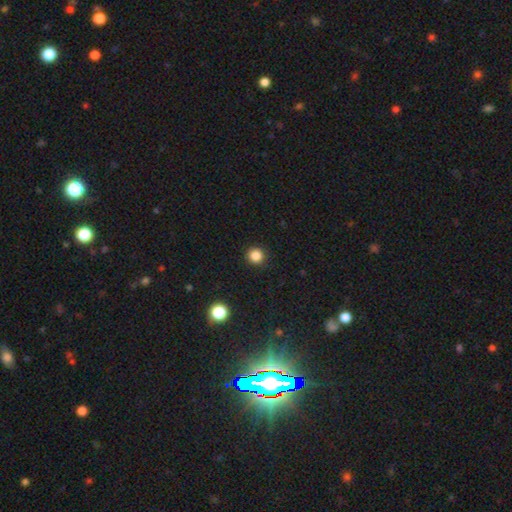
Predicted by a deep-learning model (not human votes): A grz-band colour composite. It shows a smooth galaxy with no disk features (84%) that is round (94%). Merging: none (93%).